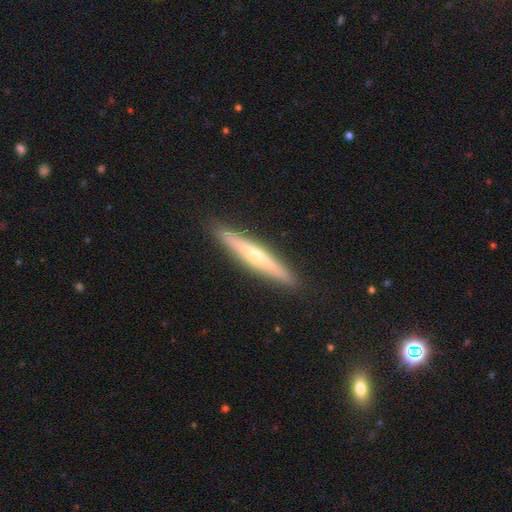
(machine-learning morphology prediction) Q: Smooth or featured?
A: featured or disk (64%); runner-up: smooth (30%)
Q: Edge-on disk?
A: yes (95%); runner-up: no (5%)
Q: Edge-on bulge?
A: rounded (78%); runner-up: none (19%)
Q: Merging?
A: none (91%); runner-up: minor disturbance (7%)